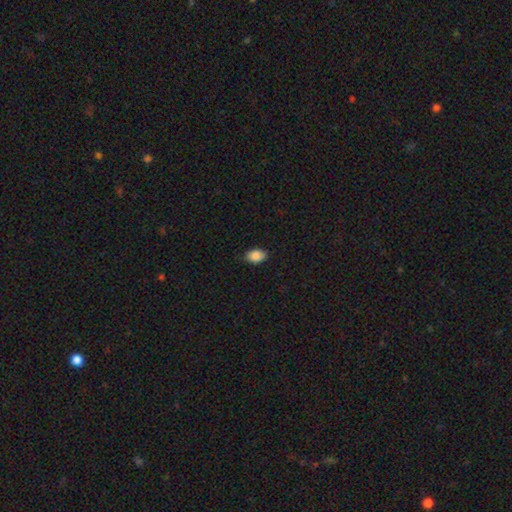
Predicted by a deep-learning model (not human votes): The model was most divided on "merging": none: 84%, minor disturbance: 13%, major disturbance: 2%, merger: 1%. More confident: smooth or featured — smooth (88%); how rounded — in between (86%).